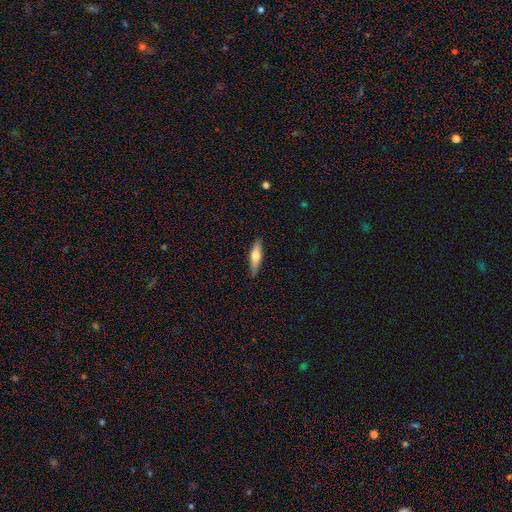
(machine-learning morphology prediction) Smooth or featured: smooth — 55% (featured or disk — 39%)
How rounded: cigar-shaped — 67% (in between — 31%)
Merging: none — 85% (minor disturbance — 11%)